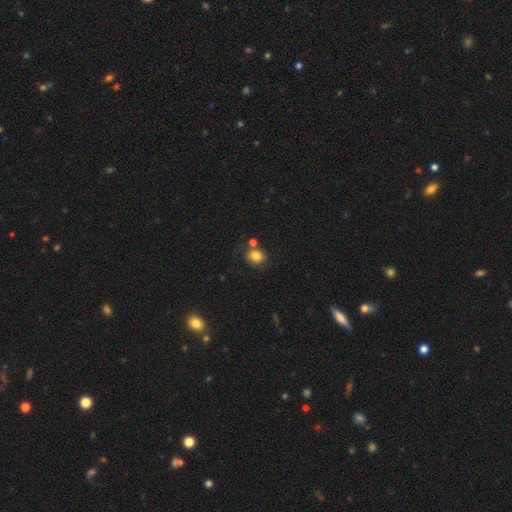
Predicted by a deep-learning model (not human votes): This appears to be a smooth galaxy with no disk features (80%) that is round (73%). Merging: none (64%).